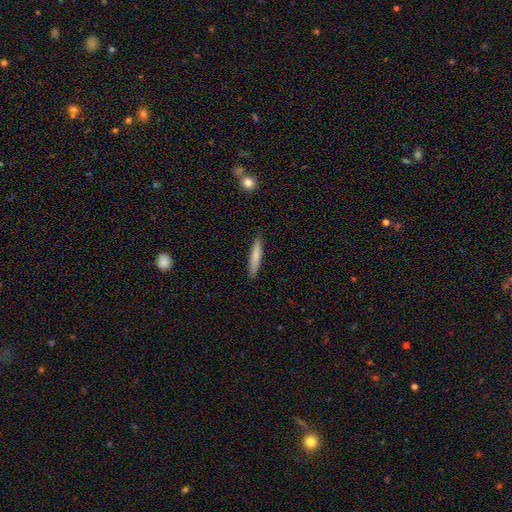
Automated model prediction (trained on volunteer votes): This appears to be a smooth galaxy with no disk features (76%) that is cigar-shaped (91%). Merging: none (88%).